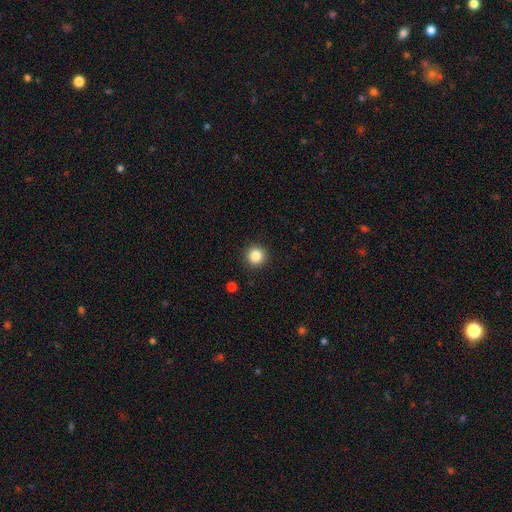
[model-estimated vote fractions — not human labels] Smooth or featured: smooth — 85% (star or artifact — 10%)
How rounded: round — 95% (in between — 4%)
Merging: none — 92% (minor disturbance — 5%)